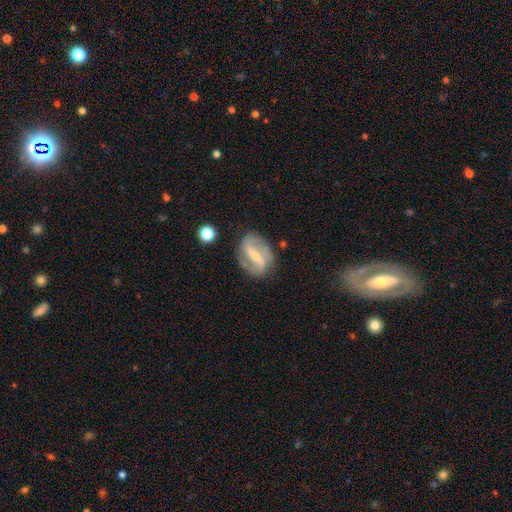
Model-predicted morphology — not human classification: smooth_or_featured: featured or disk (p=0.79) [alt: smooth p=0.15]
disk_edge_on: no (p=0.94) [alt: yes p=0.06]
bar: strong (p=0.67) [alt: weak p=0.24]
has_spiral_arms: yes (p=0.82) [alt: no p=0.18]
spiral_winding: medium (p=0.41) [alt: loose p=0.32]
spiral_arm_count: 2 (p=0.85) [alt: can't tell p=0.09]
bulge_size: small (p=0.60) [alt: moderate p=0.34]
merging: none (p=0.77) [alt: minor disturbance p=0.15]